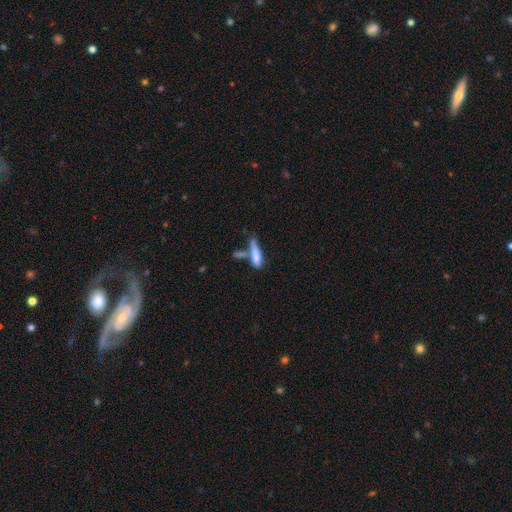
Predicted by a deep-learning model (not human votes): This is likely a smooth galaxy (70%). How rounded: likely cigar-shaped (61%). Merging: marginally merger (35%).